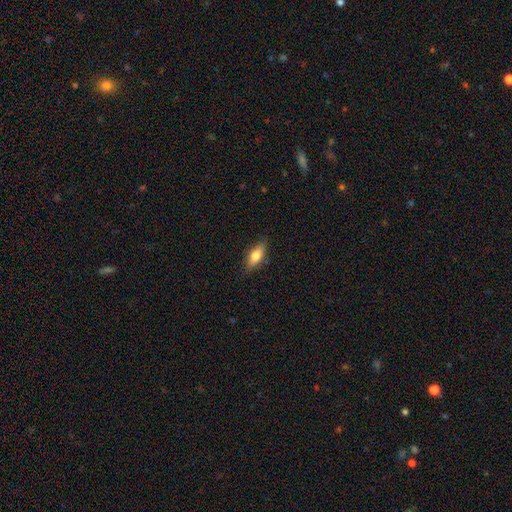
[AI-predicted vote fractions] This is likely a smooth galaxy (72%). How rounded: likely in between (71%). Merging: clearly none (84%).